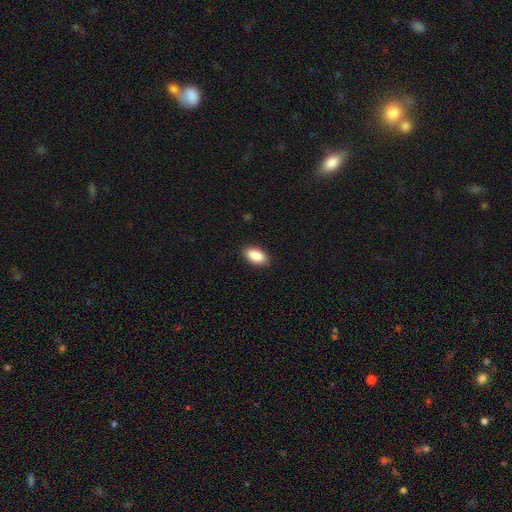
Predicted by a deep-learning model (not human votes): smooth 90%, star or artifact 6%, featured or disk 4%. Down the decision tree: how rounded — in between (93%); merging — none (89%).